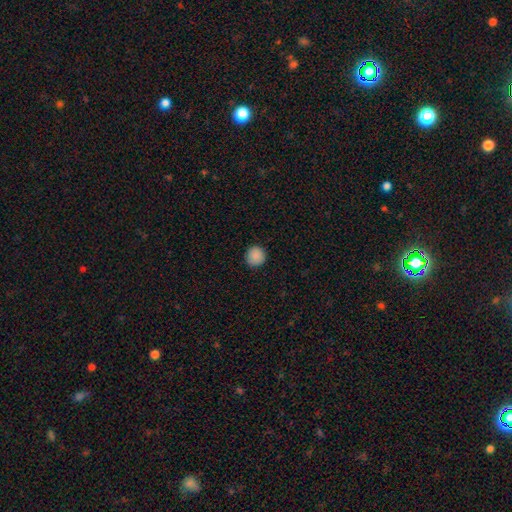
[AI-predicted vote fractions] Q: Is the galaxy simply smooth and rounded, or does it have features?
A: smooth — 89%.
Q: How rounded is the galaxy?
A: round — 94%.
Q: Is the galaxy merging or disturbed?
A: none — 91%.